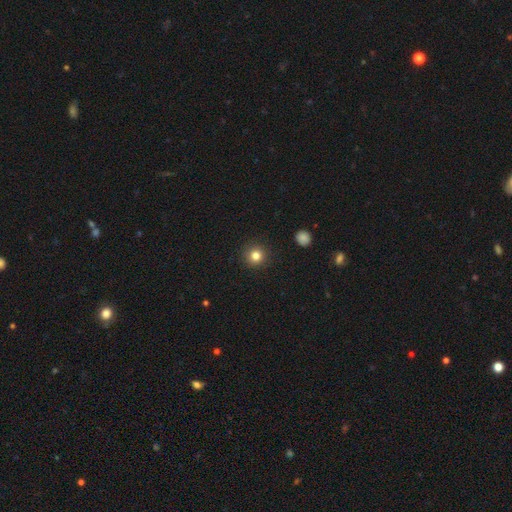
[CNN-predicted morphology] Smooth or featured? smooth (82%)
How rounded? round (95%)
Merging? none (91%)